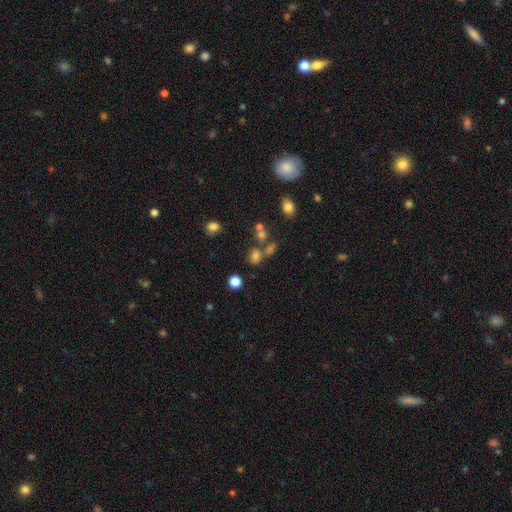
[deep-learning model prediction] smooth 69%, star or artifact 21%, featured or disk 10%. Down the decision tree: how rounded — round (54%); merging — none (54%).